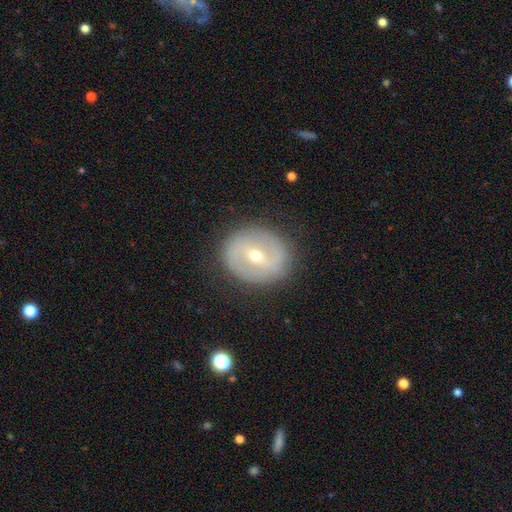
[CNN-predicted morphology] Overall: featured or disk (67%). Edge-on disk: no (96%). Bar: weak (45%; no 27%). Spiral arms: yes (58%; no 42%). Bulge size: small (58%; moderate 40%). Merging: none (85%).